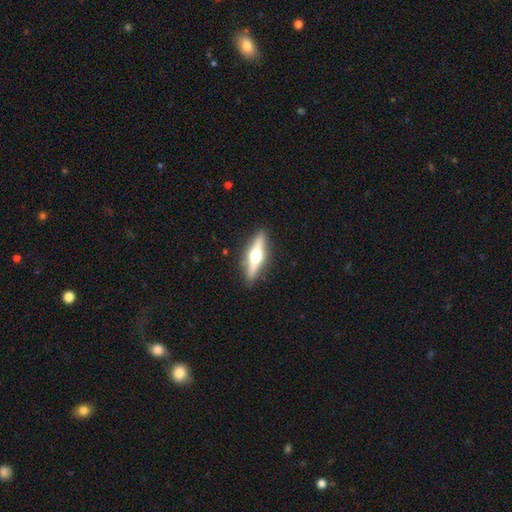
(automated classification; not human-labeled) Q: Smooth or featured?
A: featured or disk (69%); runner-up: smooth (25%)
Q: Edge-on disk?
A: yes (96%); runner-up: no (4%)
Q: Edge-on bulge?
A: rounded (96%); runner-up: boxy (3%)
Q: Merging?
A: none (90%); runner-up: minor disturbance (7%)